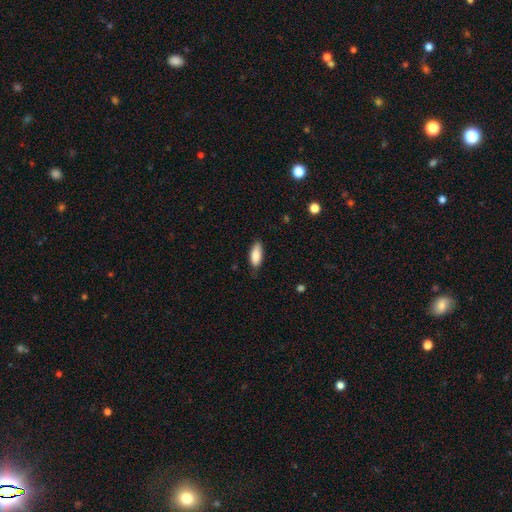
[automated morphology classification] Smooth or featured?
  - smooth: 86% *
  - featured or disk: 7%
  - star or artifact: 6%
How rounded?
  - in between: 80% *
  - cigar-shaped: 19%
  - round: 2%
Merging?
  - none: 77% *
  - minor disturbance: 19%
  - major disturbance: 3%
  - merger: 1%